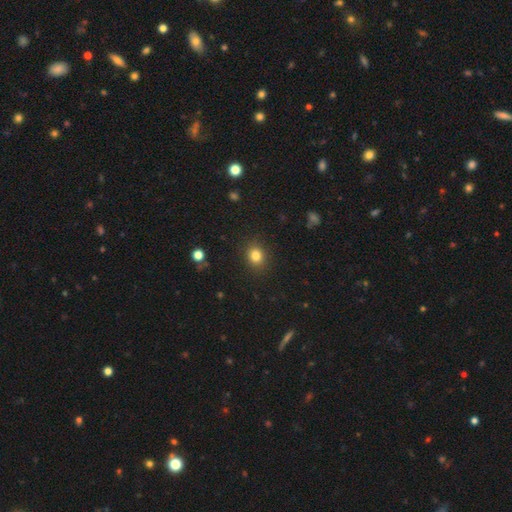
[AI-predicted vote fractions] Q: Smooth or featured?
A: smooth (83%); runner-up: star or artifact (12%)
Q: How rounded?
A: round (67%); runner-up: in between (32%)
Q: Merging?
A: none (88%); runner-up: minor disturbance (8%)